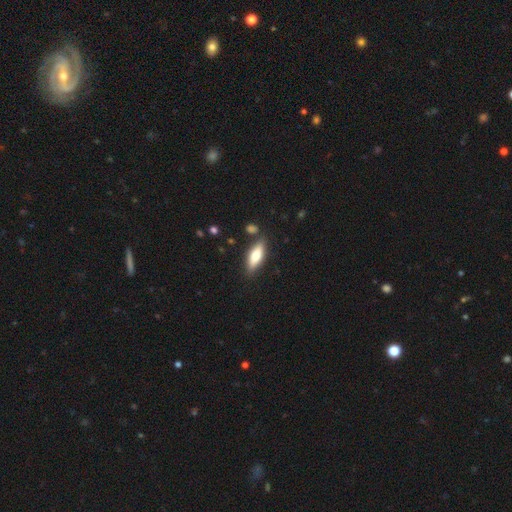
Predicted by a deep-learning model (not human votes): Q: Smooth or featured?
A: smooth (70%); runner-up: featured or disk (24%)
Q: How rounded?
A: in between (63%); runner-up: cigar-shaped (35%)
Q: Merging?
A: none (81%); runner-up: minor disturbance (12%)